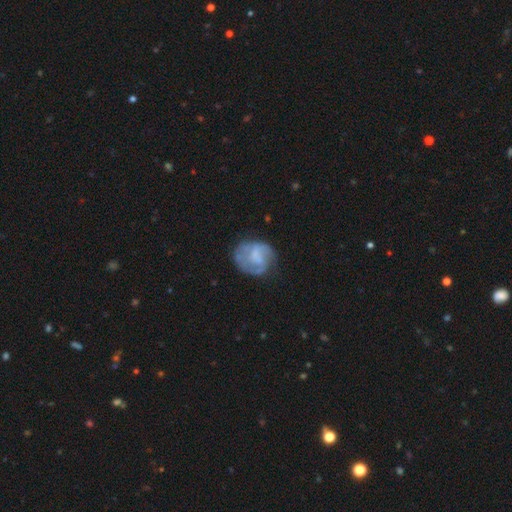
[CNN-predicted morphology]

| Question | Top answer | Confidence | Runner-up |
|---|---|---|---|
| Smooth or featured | featured or disk | 59% | smooth (34%) |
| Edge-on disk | no | 98% | yes (2%) |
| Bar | no | 50% | weak (40%) |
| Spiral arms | yes | 69% | no (31%) |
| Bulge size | none | 48% | small (28%) |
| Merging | none | 53% | minor disturbance (24%) |